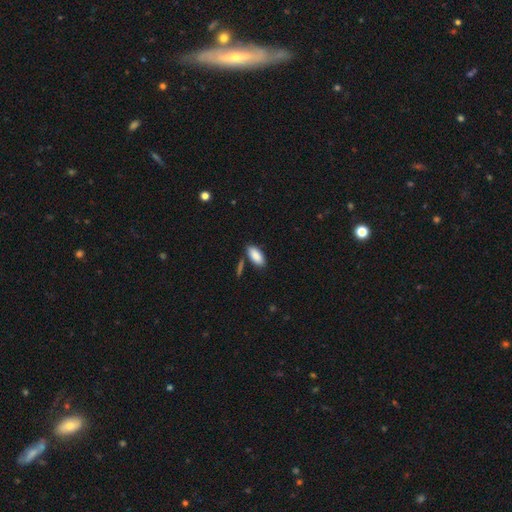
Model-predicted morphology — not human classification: This appears to be a smooth galaxy with no disk features (89%) that is in between round and cigar-shaped (89%). Merging: none (80%).